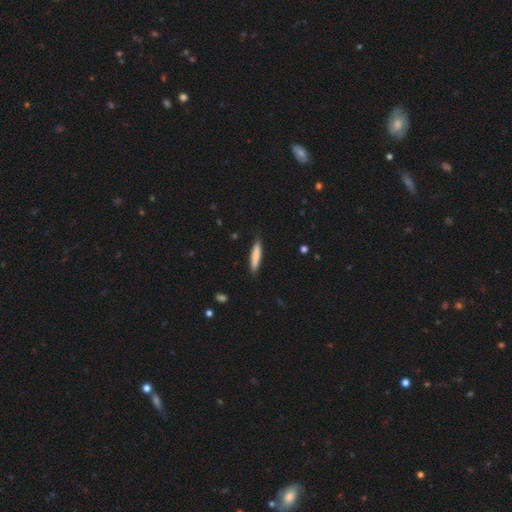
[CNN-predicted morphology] The model was most divided on "smooth or featured": smooth: 81%, featured or disk: 13%, star or artifact: 6%. More confident: how rounded — cigar-shaped (89%); merging — none (87%).